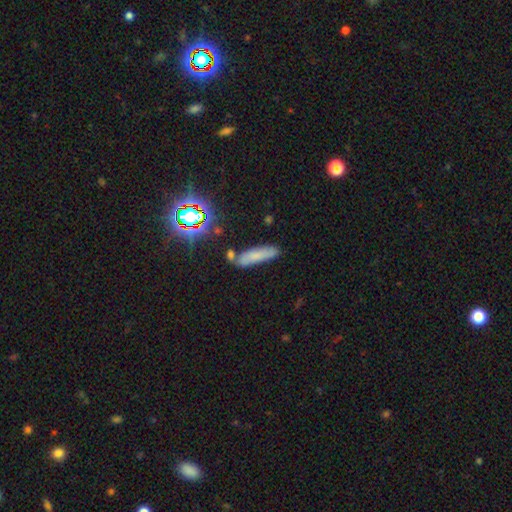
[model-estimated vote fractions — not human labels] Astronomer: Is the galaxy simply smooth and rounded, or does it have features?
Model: smooth — 65%.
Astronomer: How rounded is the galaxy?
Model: cigar-shaped — 71%.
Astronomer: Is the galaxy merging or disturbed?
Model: none — 70%.